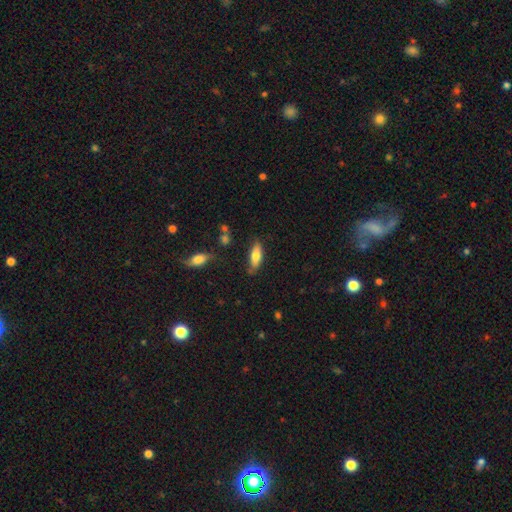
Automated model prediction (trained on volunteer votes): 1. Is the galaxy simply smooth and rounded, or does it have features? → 74% smooth, 19% featured or disk, 6% star or artifact.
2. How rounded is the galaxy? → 58% in between, 40% cigar-shaped, 2% round.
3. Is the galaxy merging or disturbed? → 76% none, 18% minor disturbance, 4% major disturbance, 3% merger.